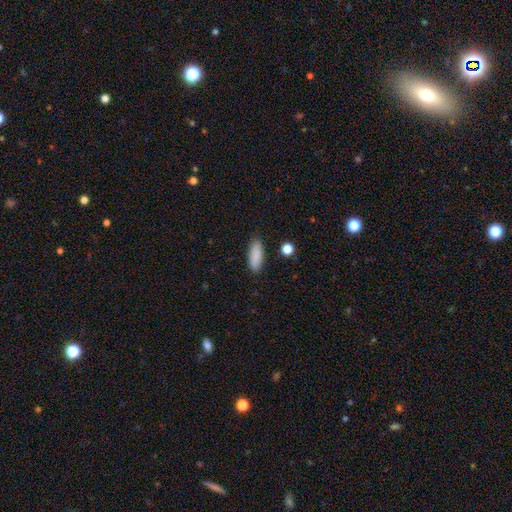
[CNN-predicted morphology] Q: Smooth or featured?
A: smooth (88%); runner-up: star or artifact (7%)
Q: How rounded?
A: in between (66%); runner-up: cigar-shaped (32%)
Q: Merging?
A: none (85%); runner-up: minor disturbance (10%)